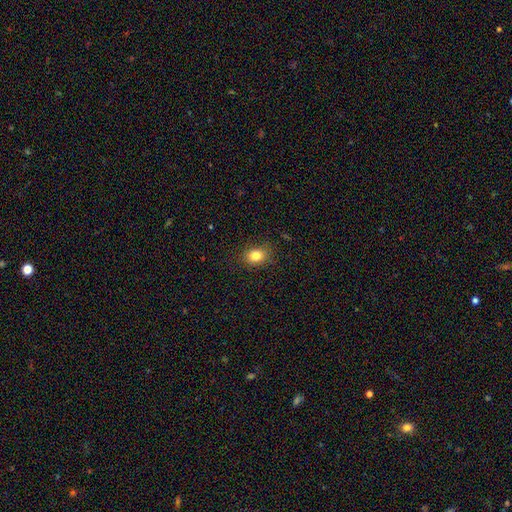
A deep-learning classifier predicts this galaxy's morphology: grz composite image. It shows a smooth galaxy with no disk features (82%) that is in between round and cigar-shaped (52%). Merging: none (84%).